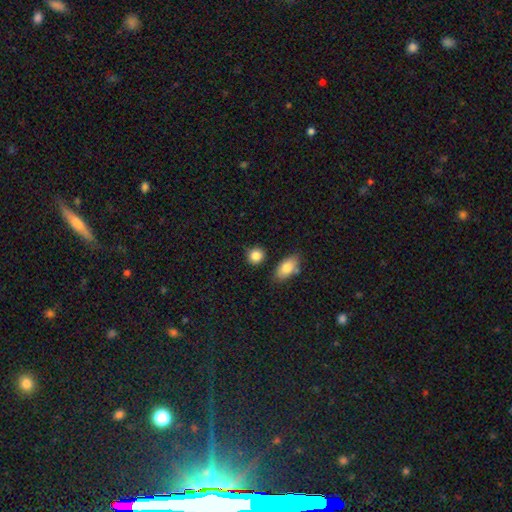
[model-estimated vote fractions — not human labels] This is clearly a smooth galaxy (85%). How rounded: likely round (77%). Merging: clearly none (81%).